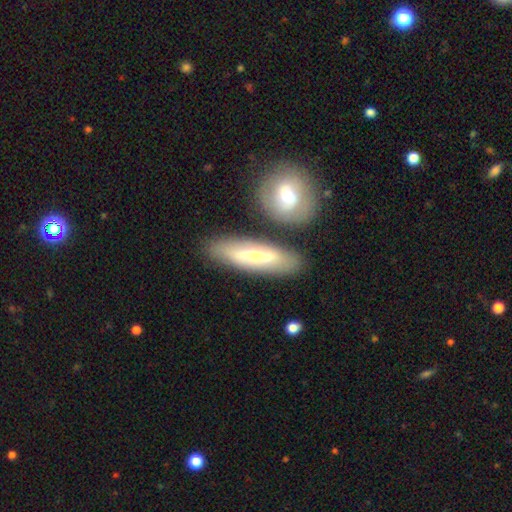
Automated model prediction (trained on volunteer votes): A smooth galaxy with no disk features (47%, tied with featured or disk). Merging: none (75%).